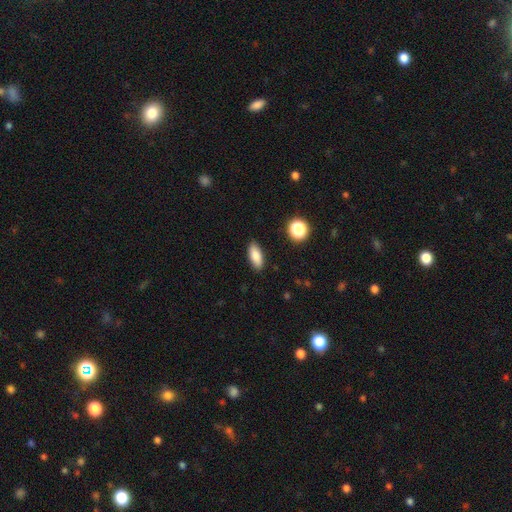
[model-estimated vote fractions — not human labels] Smooth or featured? smooth (84%)
How rounded? in between (79%)
Merging? none (88%)